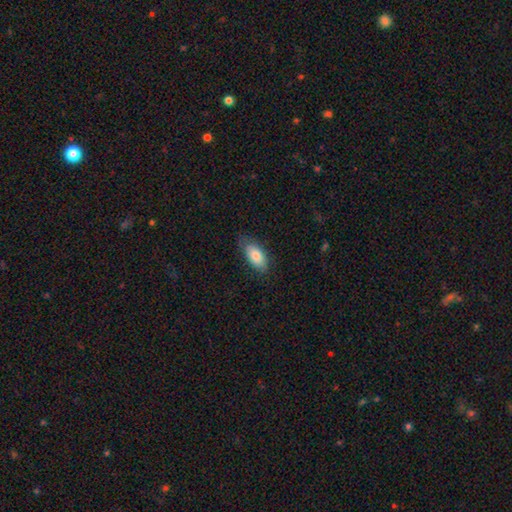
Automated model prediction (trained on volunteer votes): This is clearly a smooth galaxy (81%). How rounded: clearly in between (90%). Merging: likely none (73%).